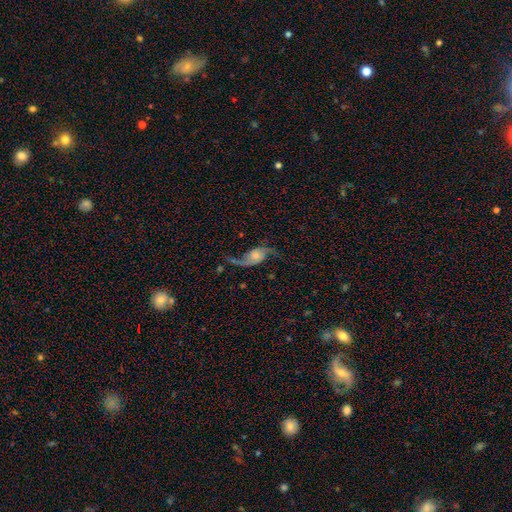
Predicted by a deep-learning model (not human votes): This is clearly a featured or disk galaxy (84%). It is clearly not viewed edge-on (96%). Bar: likely no (66%). Spiral arm pattern: clearly yes (95%). Spiral arm count: clearly 2 (90%). Spiral winding: clearly loose (85%). Central bulge: marginally small (42%). Merging: likely none (60%).